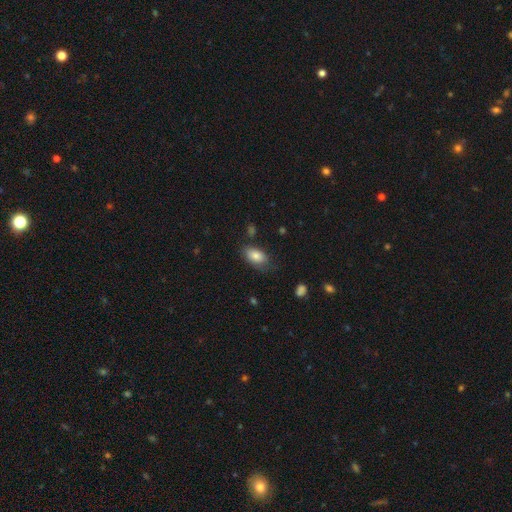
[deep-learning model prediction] smooth 81%, featured or disk 11%, star or artifact 8%. Down the decision tree: how rounded — in between (92%); merging — none (66%).